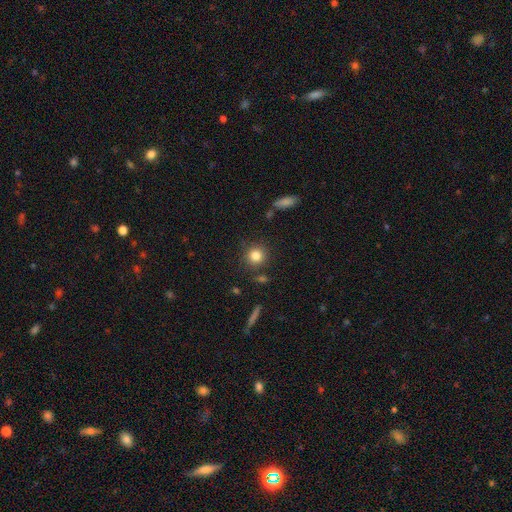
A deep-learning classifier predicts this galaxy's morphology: smooth 83%, star or artifact 10%, featured or disk 7%. Down the decision tree: how rounded — round (91%); merging — none (85%).